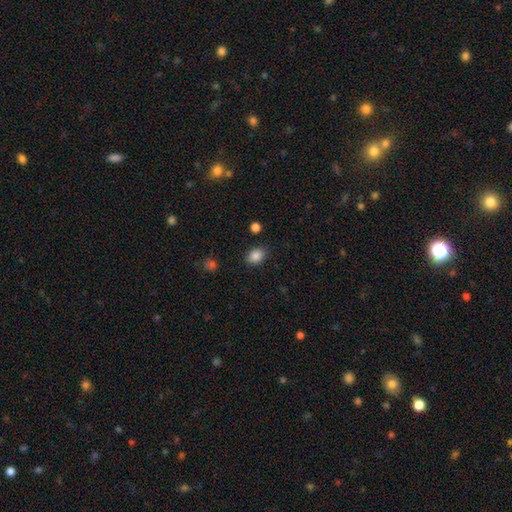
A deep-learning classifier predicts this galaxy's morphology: type=smooth (86%); roundness=in between (69%); merging=none (85%).